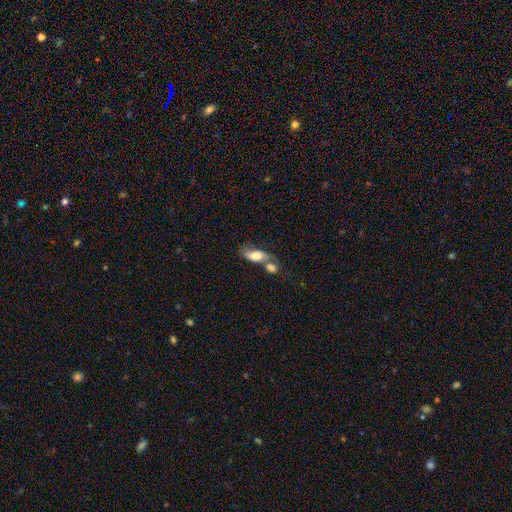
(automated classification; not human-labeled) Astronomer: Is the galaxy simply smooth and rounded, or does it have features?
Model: smooth — 62%.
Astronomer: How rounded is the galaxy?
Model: in between — 85%.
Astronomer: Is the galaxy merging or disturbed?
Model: merger — 60%.